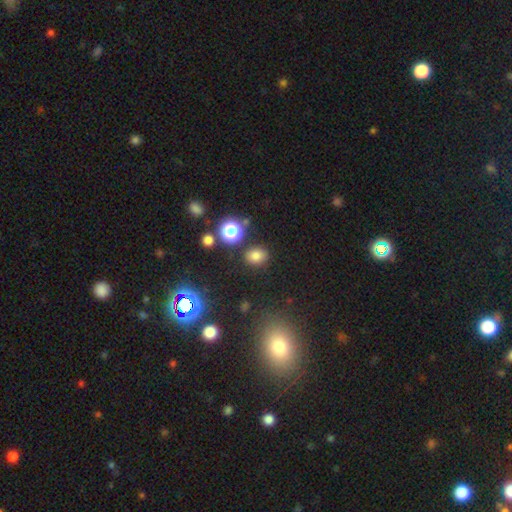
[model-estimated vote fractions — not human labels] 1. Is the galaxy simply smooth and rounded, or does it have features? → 75% smooth, 19% star or artifact, 7% featured or disk.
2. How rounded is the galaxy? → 51% round, 48% in between, 1% cigar-shaped.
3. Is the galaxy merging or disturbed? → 82% none, 10% minor disturbance, 4% merger, 3% major disturbance.